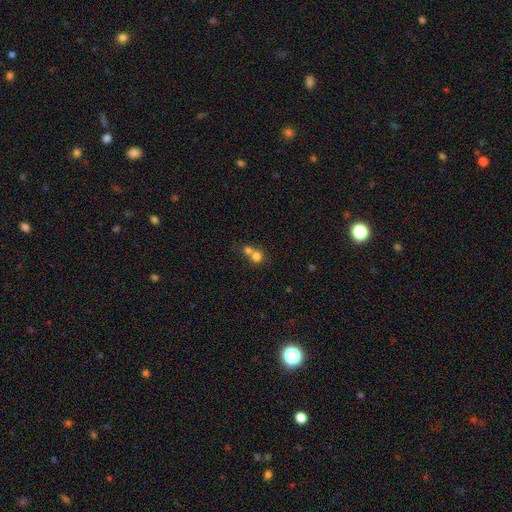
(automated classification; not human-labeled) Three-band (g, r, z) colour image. It shows a smooth galaxy with no disk features (76%) that is round (83%). Merging: merger (60%).